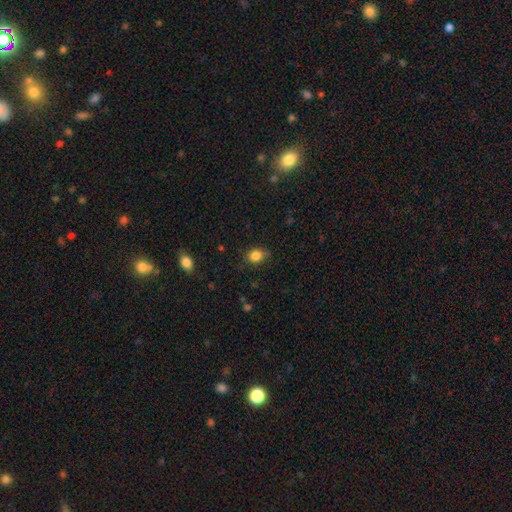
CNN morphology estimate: Smooth or featured?
  - smooth: 84% *
  - star or artifact: 11%
  - featured or disk: 5%
How rounded?
  - round: 65% *
  - in between: 34%
  - cigar-shaped: 1%
Merging?
  - none: 73% *
  - minor disturbance: 21%
  - major disturbance: 4%
  - merger: 2%